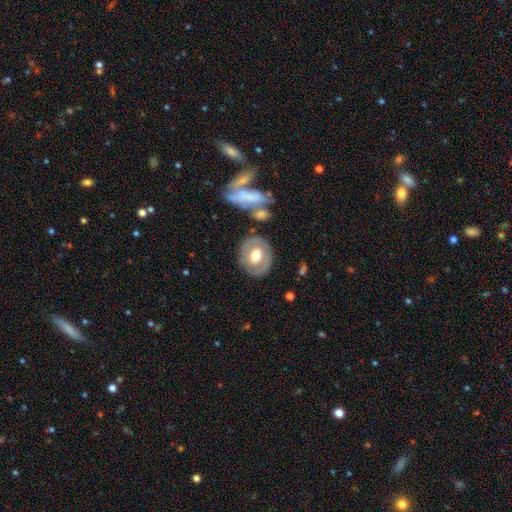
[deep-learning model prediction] Morphology: type=featured or disk (50%); edge-on=no (93%); merging=none (76%).